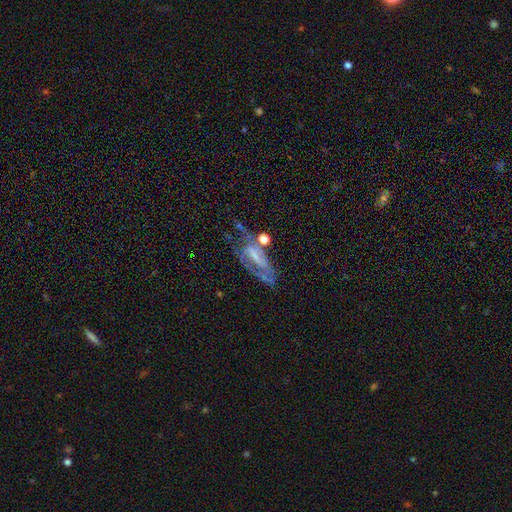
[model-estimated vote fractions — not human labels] Smooth or featured?
  - featured or disk: 71% *
  - smooth: 17%
  - star or artifact: 12%
Edge-on disk?
  - no: 89% *
  - yes: 11%
Bar?
  - strong: 40% *
  - weak: 37%
  - no: 23%
Spiral arms?
  - yes: 78% *
  - no: 22%
Bulge size?
  - small: 40% *
  - none: 32%
  - moderate: 22%
  - large: 5%
  - dominant: 2%
Merging?
  - none: 42% *
  - major disturbance: 25%
  - minor disturbance: 22%
  - merger: 11%